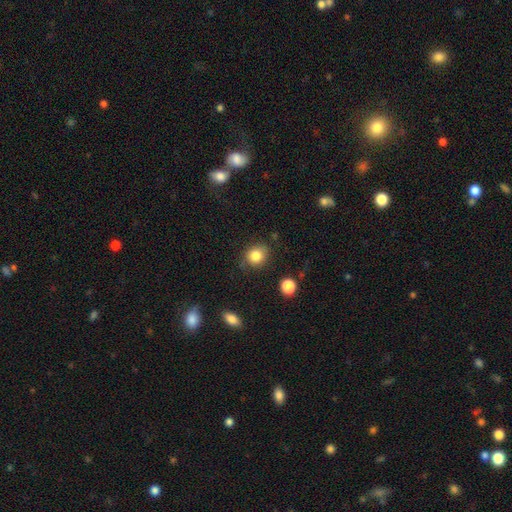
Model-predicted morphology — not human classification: smooth 83%, star or artifact 10%, featured or disk 6%. Down the decision tree: how rounded — round (74%); merging — none (77%).